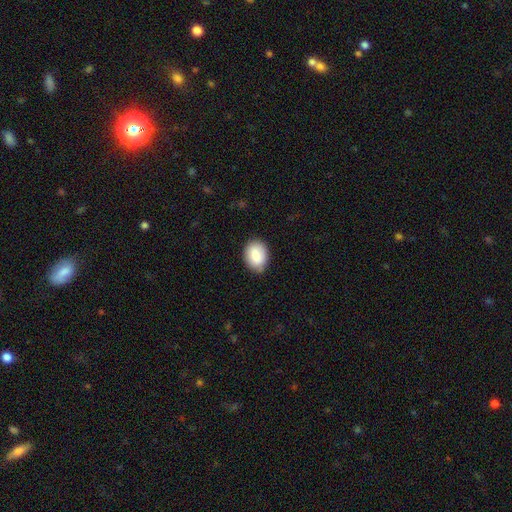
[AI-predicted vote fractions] Smooth or featured? Predicted: smooth (p=0.85). How rounded? Predicted: in between (p=0.74). Merging? Predicted: none (p=0.79).